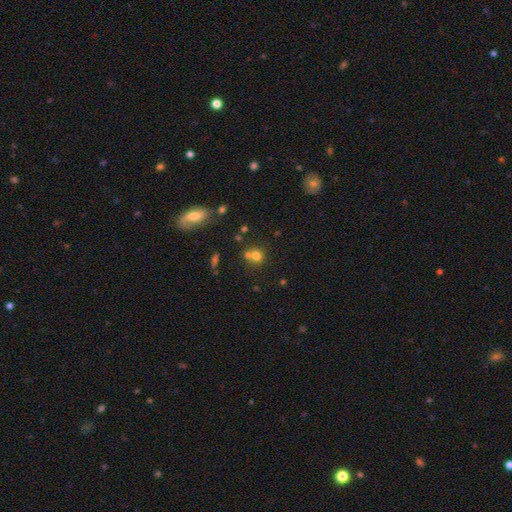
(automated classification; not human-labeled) Smooth or featured? Predicted: smooth (p=0.71). How rounded? Predicted: round (p=0.84). Merging? Predicted: none (p=0.51).